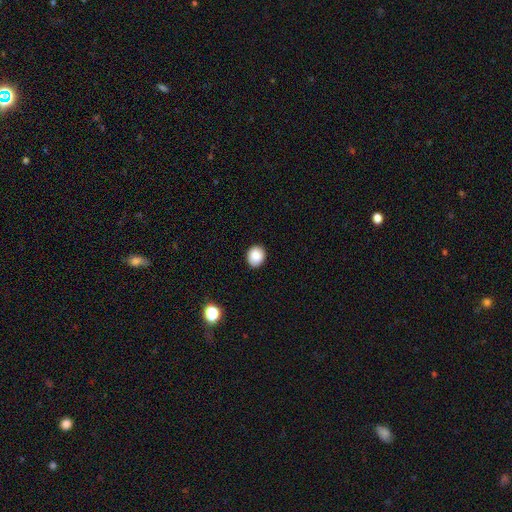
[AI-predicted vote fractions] smooth 88%, star or artifact 9%, featured or disk 3%. Down the decision tree: how rounded — round (62%); merging — none (89%).